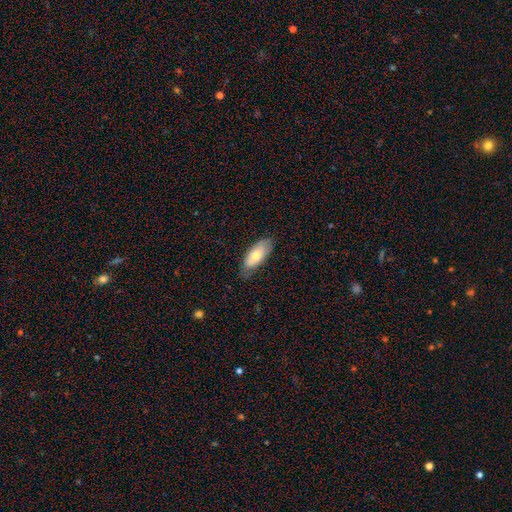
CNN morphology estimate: Smooth or featured: smooth — 70% (featured or disk — 24%)
How rounded: in between — 84% (cigar-shaped — 14%)
Merging: none — 74% (minor disturbance — 21%)